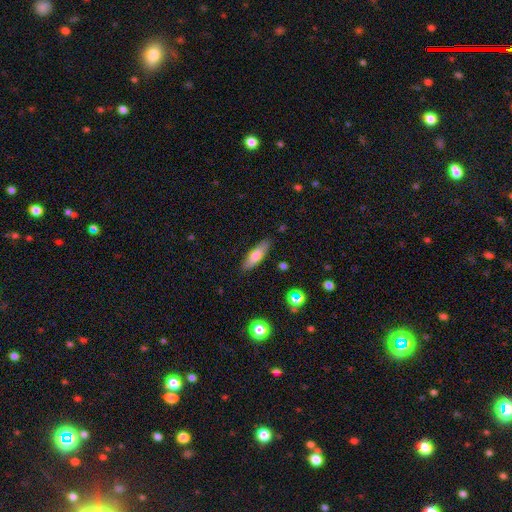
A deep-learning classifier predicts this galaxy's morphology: type=smooth (71%); roundness=cigar-shaped (55%); merging=none (85%).